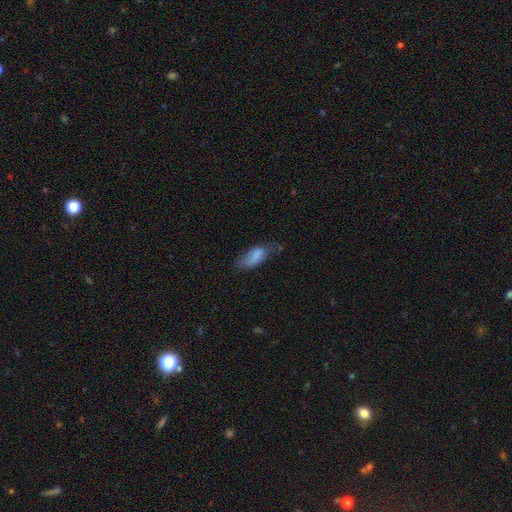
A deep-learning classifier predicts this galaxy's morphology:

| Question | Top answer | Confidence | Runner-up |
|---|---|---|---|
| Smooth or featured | smooth | 77% | featured or disk (15%) |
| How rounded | in between | 83% | cigar-shaped (15%) |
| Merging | none | 45% | minor disturbance (35%) |